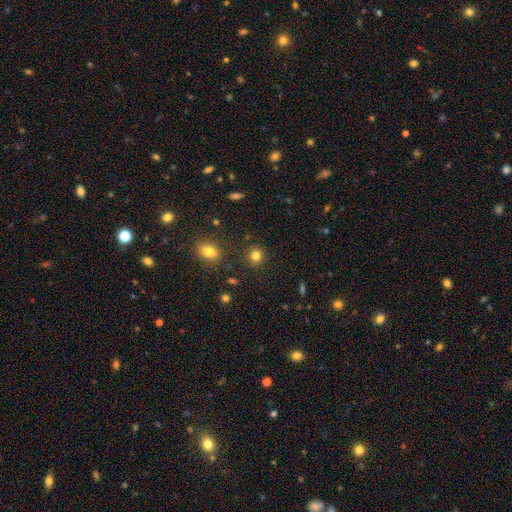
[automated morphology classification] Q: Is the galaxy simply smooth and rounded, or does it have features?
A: smooth — 82%.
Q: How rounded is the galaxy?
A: round — 85%.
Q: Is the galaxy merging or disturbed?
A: none — 88%.